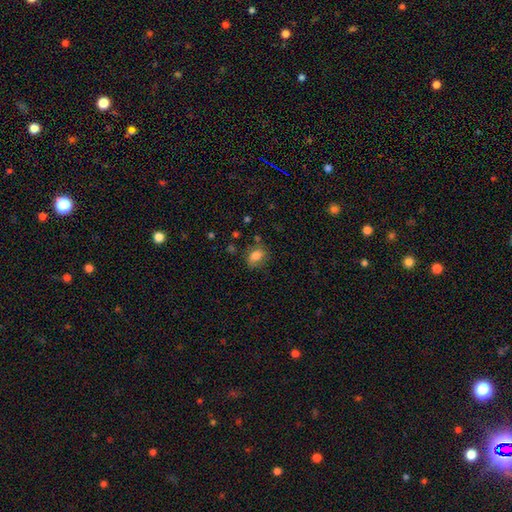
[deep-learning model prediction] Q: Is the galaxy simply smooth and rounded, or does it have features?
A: smooth — 78%.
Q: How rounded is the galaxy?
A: in between — 62%.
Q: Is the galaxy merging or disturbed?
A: none — 66%.